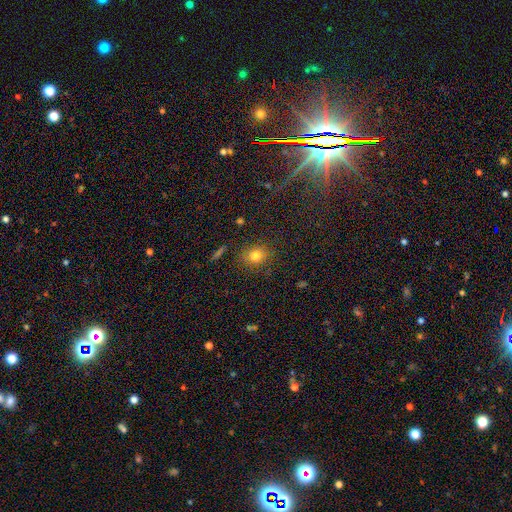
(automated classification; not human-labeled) smooth-or-featured: smooth: 78% | star or artifact: 14% | featured or disk: 8%
  how-rounded: round: 66% | in between: 32% | cigar-shaped: 1%
  merging: none: 85% | minor disturbance: 10% | major disturbance: 3% | merger: 2%